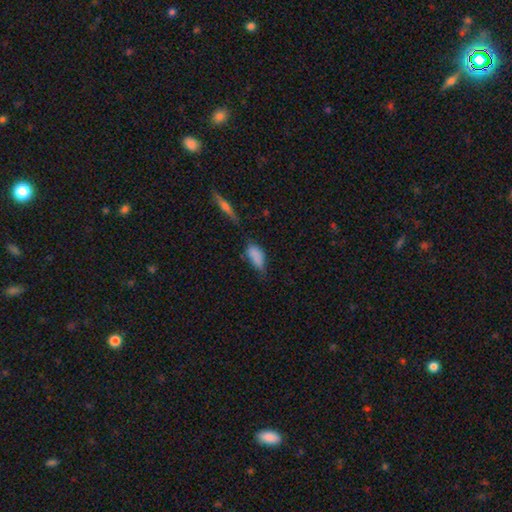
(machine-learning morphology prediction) type=smooth (78%); roundness=in between (85%); merging=none (41%).